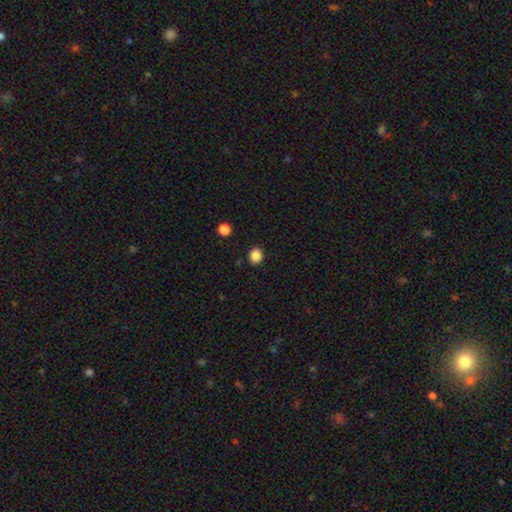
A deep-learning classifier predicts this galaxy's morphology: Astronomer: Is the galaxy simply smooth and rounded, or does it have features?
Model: smooth — 86%.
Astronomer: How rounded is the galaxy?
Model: round — 75%.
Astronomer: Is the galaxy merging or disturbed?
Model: none — 89%.